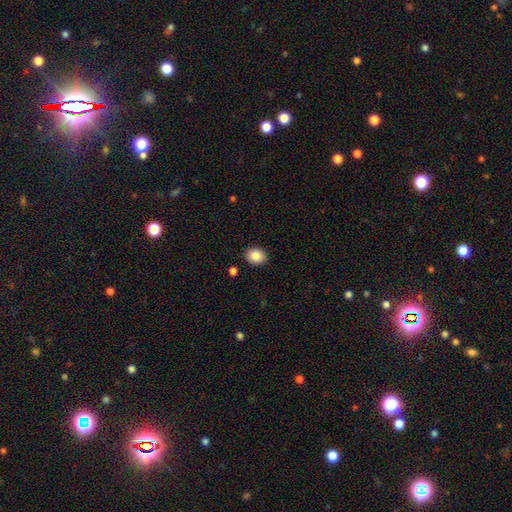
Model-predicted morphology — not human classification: A smooth galaxy with no disk features (87%) that is in between round and cigar-shaped (50%). Merging: none (88%).